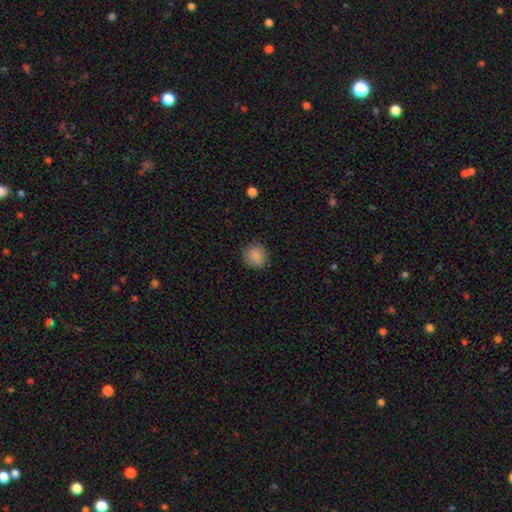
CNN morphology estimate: The model was most divided on "how rounded": round: 82%, in between: 17%, cigar-shaped: 1%. More confident: smooth or featured — smooth (87%); merging — none (84%).